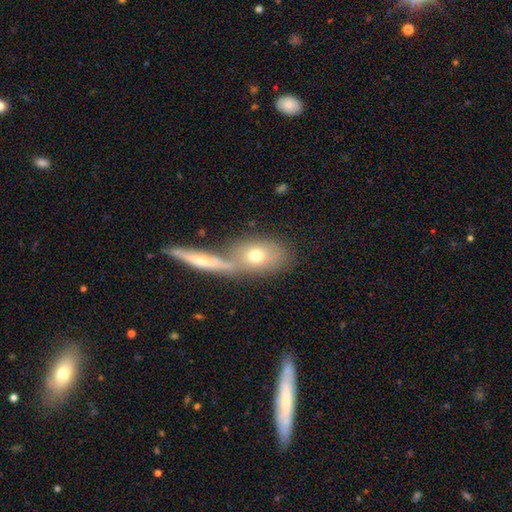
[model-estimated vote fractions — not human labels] This appears to be a smooth galaxy with no disk features (66%) that is in between round and cigar-shaped (73%). Merging: merger (45%).